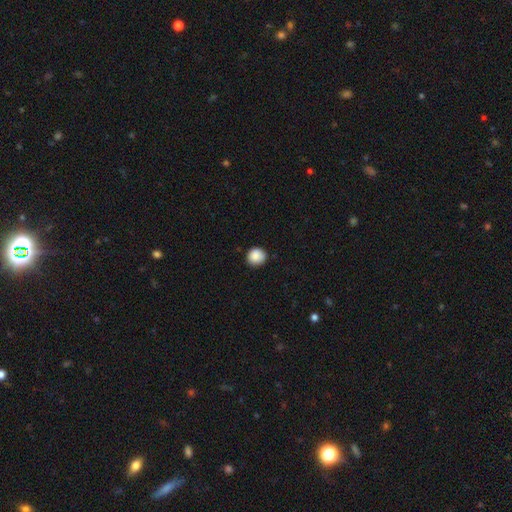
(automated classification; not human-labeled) smooth-or-featured: smooth: 88% | star or artifact: 9% | featured or disk: 3%
  how-rounded: round: 87% | in between: 12% | cigar-shaped: 1%
  merging: none: 87% | minor disturbance: 10% | major disturbance: 2% | merger: 1%